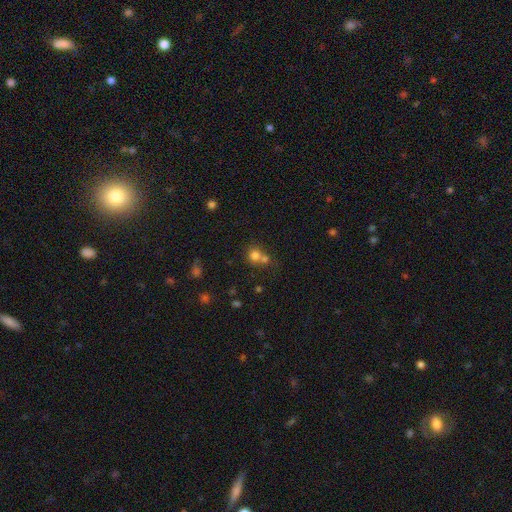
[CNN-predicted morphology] This is likely a smooth galaxy (76%). How rounded: clearly round (85%). Merging: possibly merger (48%).